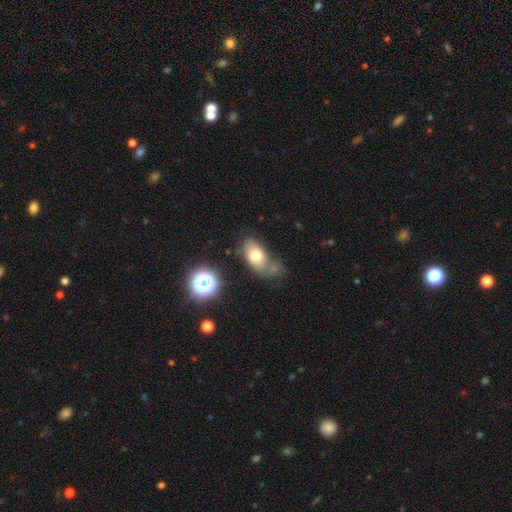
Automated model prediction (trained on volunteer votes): Smooth or featured? smooth (72%)
How rounded? in between (87%)
Merging? none (48%)